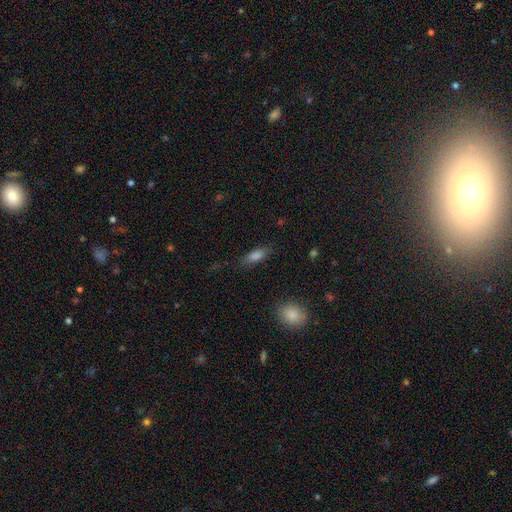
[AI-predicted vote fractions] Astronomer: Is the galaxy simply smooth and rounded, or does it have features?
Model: smooth — 79%.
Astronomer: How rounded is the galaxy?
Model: in between — 72%.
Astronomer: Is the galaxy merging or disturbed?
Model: none — 76%.